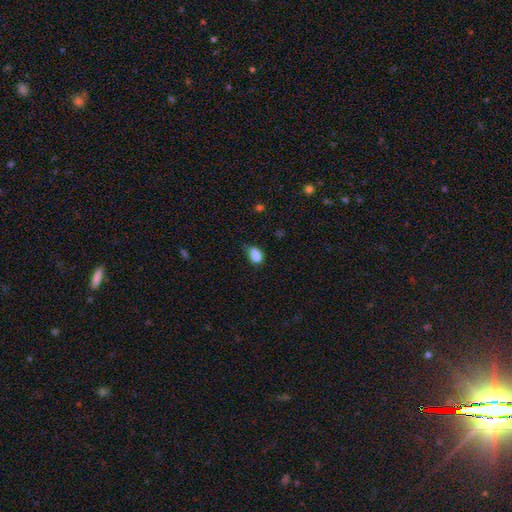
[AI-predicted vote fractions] Smooth or featured? smooth (78%)
How rounded? in between (70%)
Merging? none (36%)